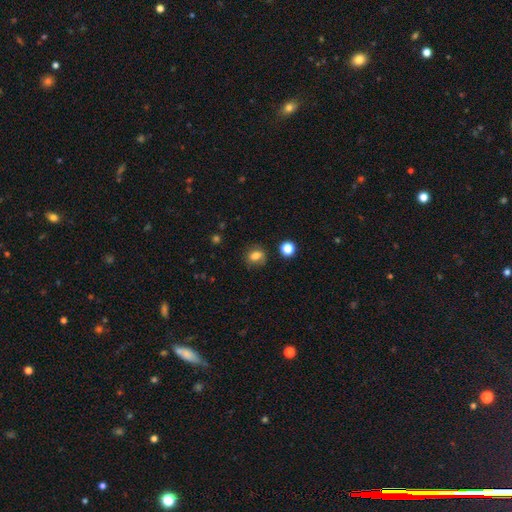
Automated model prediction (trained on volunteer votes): Q: Smooth or featured?
A: smooth (79%); runner-up: star or artifact (12%)
Q: How rounded?
A: round (57%); runner-up: in between (42%)
Q: Merging?
A: none (74%); runner-up: minor disturbance (18%)